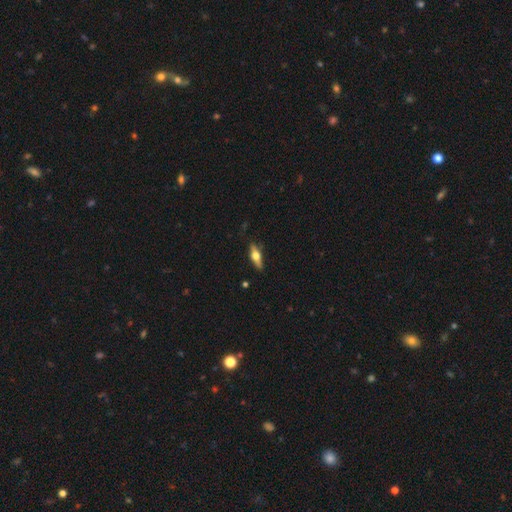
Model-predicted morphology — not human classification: Smooth or featured: featured or disk — 53% (smooth — 40%)
Edge-on disk: yes — 91% (no — 9%)
Merging: none — 83% (minor disturbance — 12%)